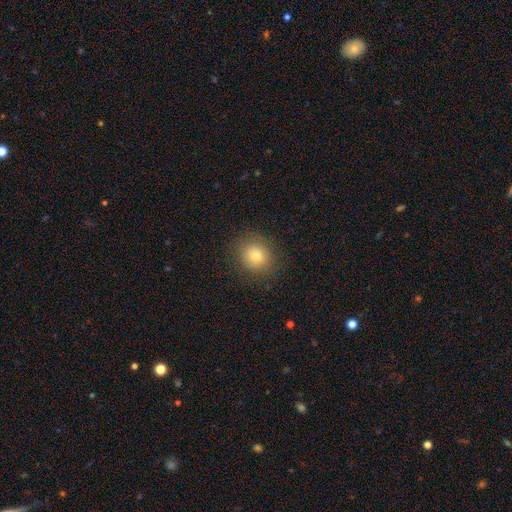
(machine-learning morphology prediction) The model was most divided on "smooth or featured": smooth: 77%, star or artifact: 13%, featured or disk: 10%. More confident: merging — none (88%); how rounded — round (83%).